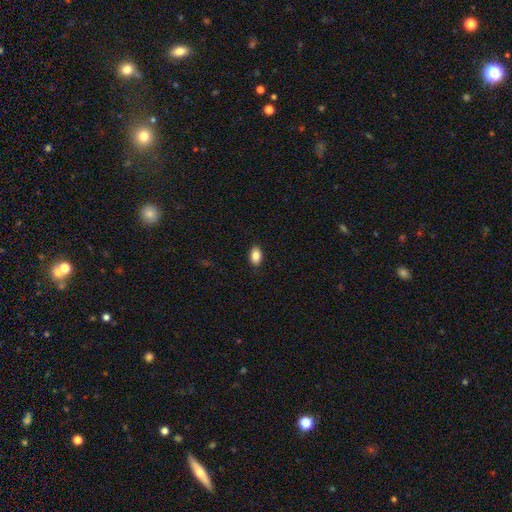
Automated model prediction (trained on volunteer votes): Smooth or featured? Predicted: smooth (p=0.87). How rounded? Predicted: in between (p=0.88). Merging? Predicted: none (p=0.88).